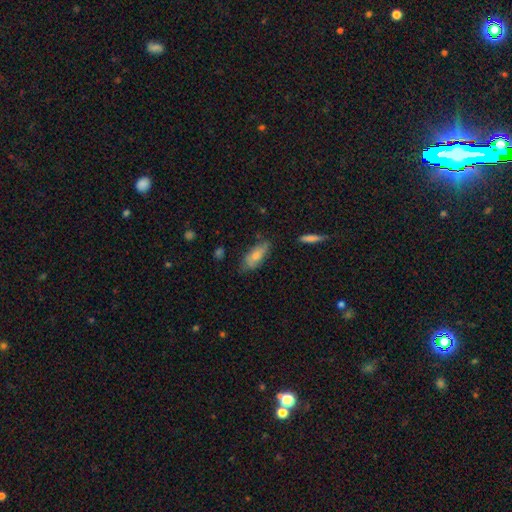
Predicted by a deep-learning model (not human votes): A smooth galaxy with no disk features (72%) that is in between round and cigar-shaped (77%).

Vote fractions:
- Smooth or featured? smooth: 72% / featured or disk: 21% / star or artifact: 7%
- How rounded? in between: 77% / cigar-shaped: 20% / round: 3%
- Merging? none: 63% / minor disturbance: 27% / major disturbance: 7% / merger: 3%